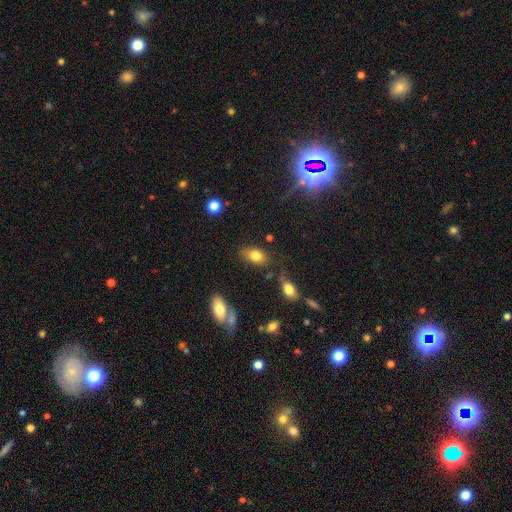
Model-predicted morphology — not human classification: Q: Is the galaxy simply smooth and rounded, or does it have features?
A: smooth — 80%.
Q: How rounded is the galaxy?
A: in between — 88%.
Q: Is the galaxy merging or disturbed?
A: none — 73%.